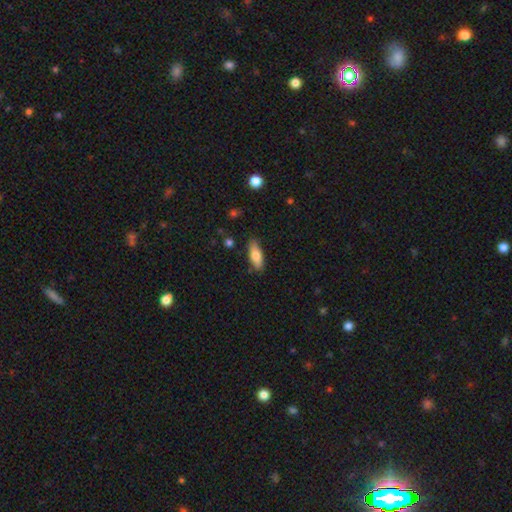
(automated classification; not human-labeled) Smooth or featured? Predicted: smooth (p=0.76). How rounded? Predicted: in between (p=0.63). Merging? Predicted: none (p=0.84).